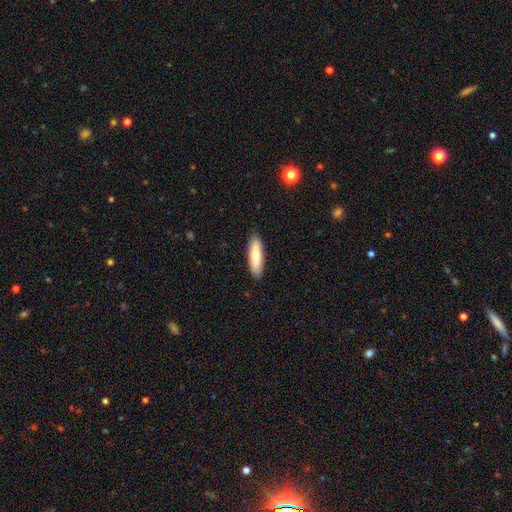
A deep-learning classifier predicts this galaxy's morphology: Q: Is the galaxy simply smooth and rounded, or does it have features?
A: smooth — 75%.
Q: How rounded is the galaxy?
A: cigar-shaped — 59%.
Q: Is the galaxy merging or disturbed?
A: none — 88%.